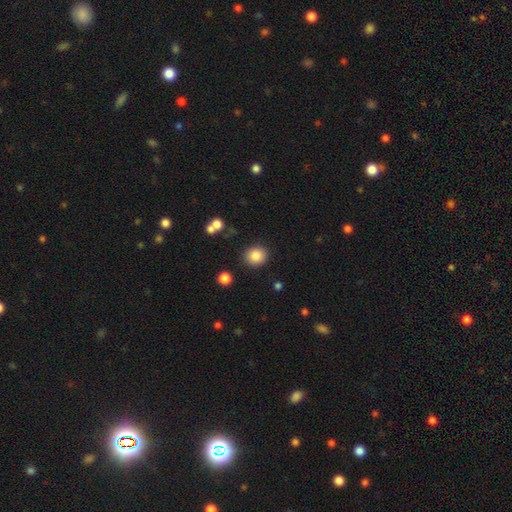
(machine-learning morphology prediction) A smooth galaxy with no disk features (86%) that is round (77%). Merging: none (88%).